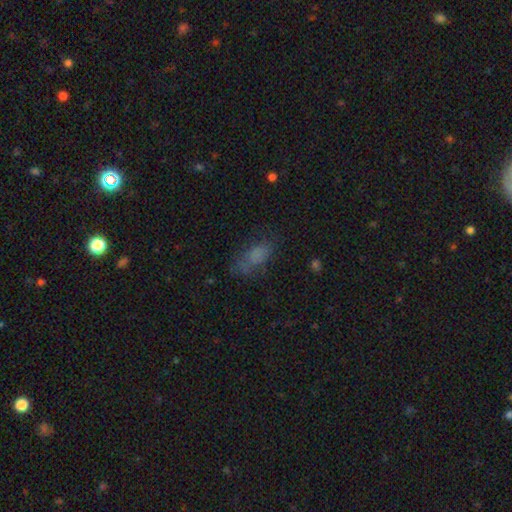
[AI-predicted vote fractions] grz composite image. It shows a smooth galaxy with no disk features (66%) that is in between round and cigar-shaped (83%). Merging: none (53%).